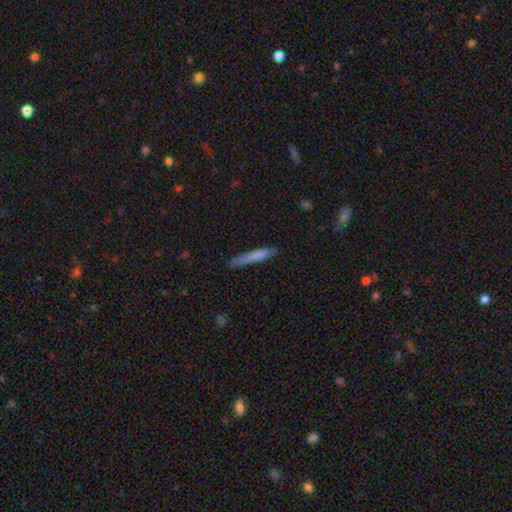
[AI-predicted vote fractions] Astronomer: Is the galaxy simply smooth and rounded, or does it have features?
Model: smooth — 72%.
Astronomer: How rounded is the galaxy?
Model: cigar-shaped — 94%.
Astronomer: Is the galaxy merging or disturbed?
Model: none — 76%.